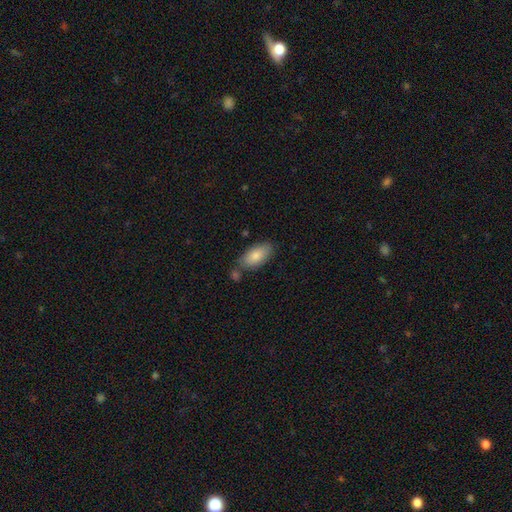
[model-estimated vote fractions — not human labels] A smooth galaxy with no disk features (83%) that is in between round and cigar-shaped (91%).

Vote fractions:
- Smooth or featured? smooth: 83% / featured or disk: 11% / star or artifact: 6%
- How rounded? in between: 91% / cigar-shaped: 7% / round: 2%
- Merging? none: 70% / minor disturbance: 16% / merger: 10% / major disturbance: 4%